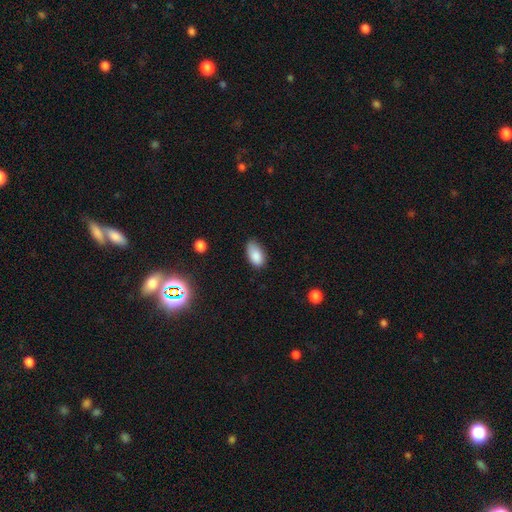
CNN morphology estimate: smooth 86%, star or artifact 8%, featured or disk 5%. Down the decision tree: how rounded — in between (94%); merging — none (69%).